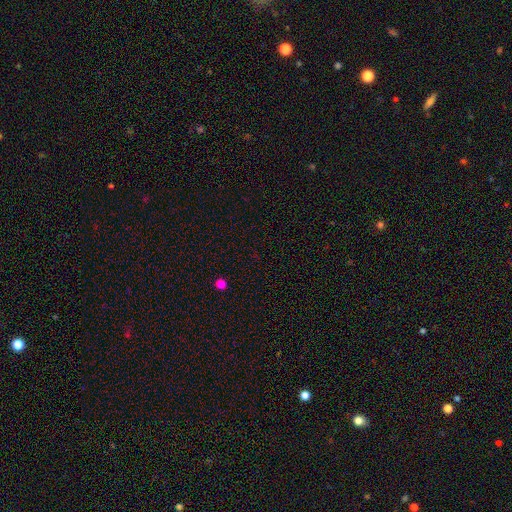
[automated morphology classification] smooth-or-featured: star or artifact: 62% | smooth: 31% | featured or disk: 6%